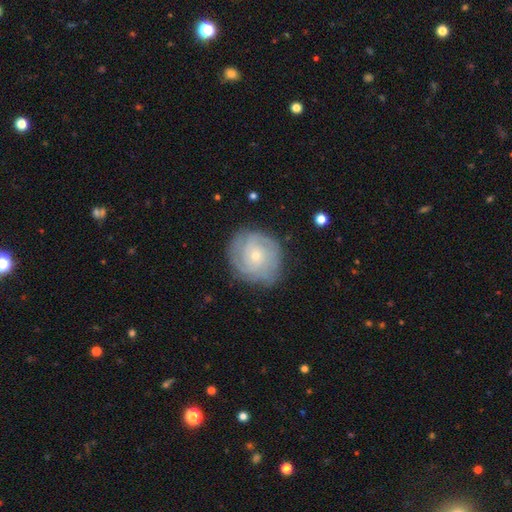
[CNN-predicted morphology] Smooth or featured?
  - featured or disk: 74% *
  - smooth: 19%
  - star or artifact: 7%
Edge-on disk?
  - no: 97% *
  - yes: 3%
Bar?
  - no: 77% *
  - weak: 19%
  - strong: 4%
Spiral arms?
  - yes: 91% *
  - no: 9%
Spiral winding?
  - tight: 71% *
  - medium: 23%
  - loose: 6%
Spiral arm count?
  - can't tell: 37% *
  - 3: 21%
  - 2: 21%
  - 4: 11%
  - more than 4: 5%
  - 1: 5%
Bulge size?
  - small: 72% *
  - moderate: 25%
  - large: 1%
  - none: 1%
  - dominant: 1%
Merging?
  - none: 78% *
  - minor disturbance: 16%
  - major disturbance: 5%
  - merger: 1%